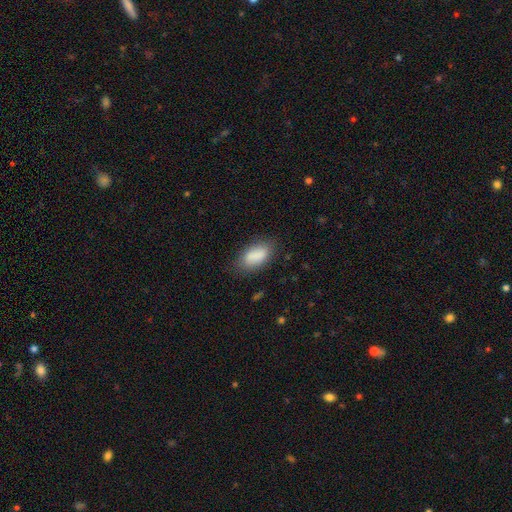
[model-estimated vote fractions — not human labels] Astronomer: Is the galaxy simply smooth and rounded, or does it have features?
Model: smooth — 86%.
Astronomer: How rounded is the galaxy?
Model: in between — 89%.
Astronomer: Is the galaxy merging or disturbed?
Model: none — 76%.